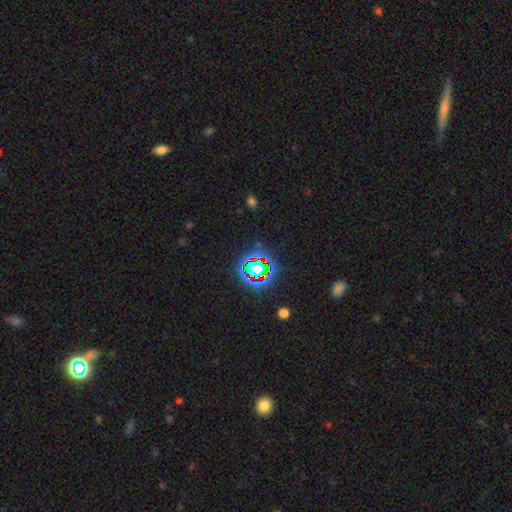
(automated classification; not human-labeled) Smooth or featured? Predicted: star or artifact (p=0.77).